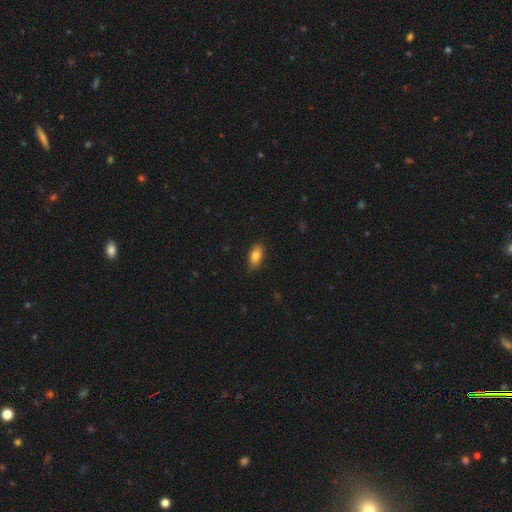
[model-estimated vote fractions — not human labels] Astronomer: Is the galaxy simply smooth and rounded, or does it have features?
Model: smooth — 84%.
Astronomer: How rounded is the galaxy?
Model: in between — 90%.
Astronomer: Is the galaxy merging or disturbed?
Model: none — 84%.